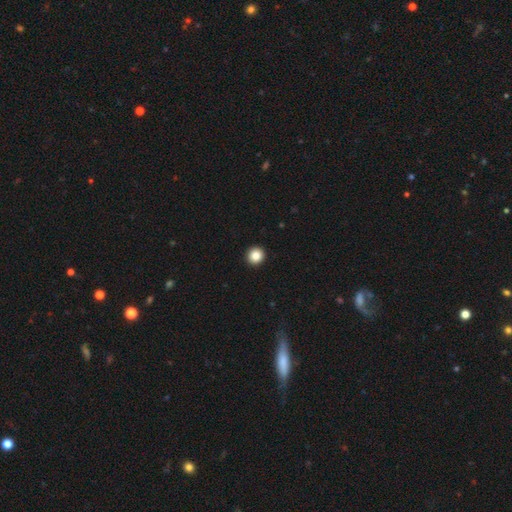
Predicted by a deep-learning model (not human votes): A smooth galaxy with no disk features (86%) that is round (94%). Merging: none (94%).